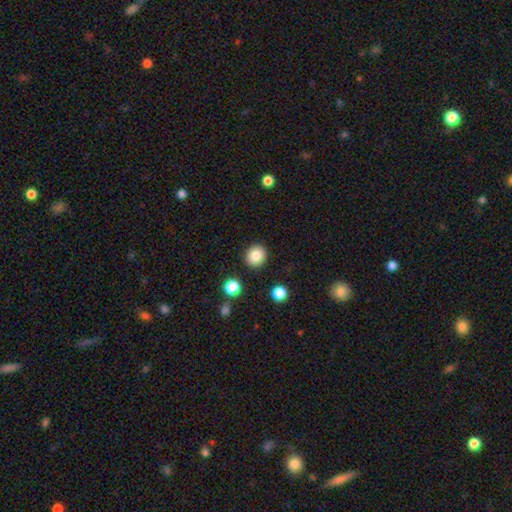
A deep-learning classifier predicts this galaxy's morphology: smooth 85%, star or artifact 10%, featured or disk 5%. Down the decision tree: how rounded — round (88%); merging — none (90%).